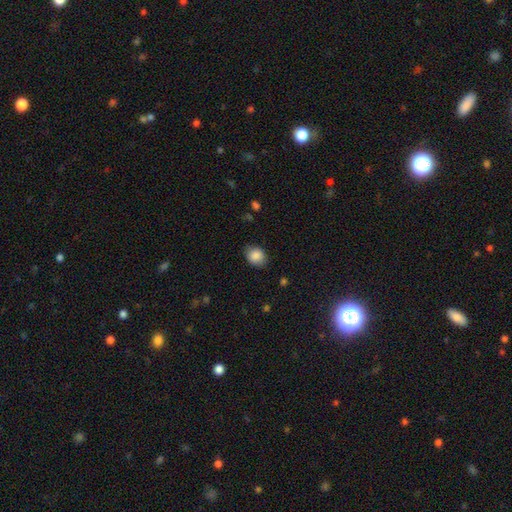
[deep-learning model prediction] smooth 87%, star or artifact 8%, featured or disk 5%. Down the decision tree: how rounded — round (50%); merging — none (81%).